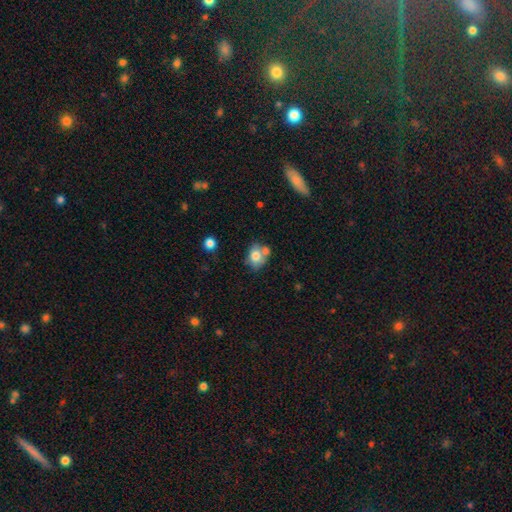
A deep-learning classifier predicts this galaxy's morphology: This is likely a smooth galaxy (72%). How rounded: possibly in between (57%). Merging: marginally none (41%).